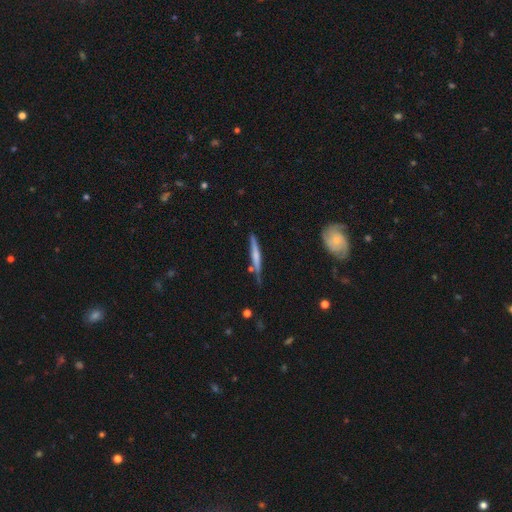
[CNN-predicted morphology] The model was most divided on "smooth or featured": featured or disk: 51%, smooth: 44%, star or artifact: 6%. More confident: edge-on disk — yes (96%); merging — none (75%).